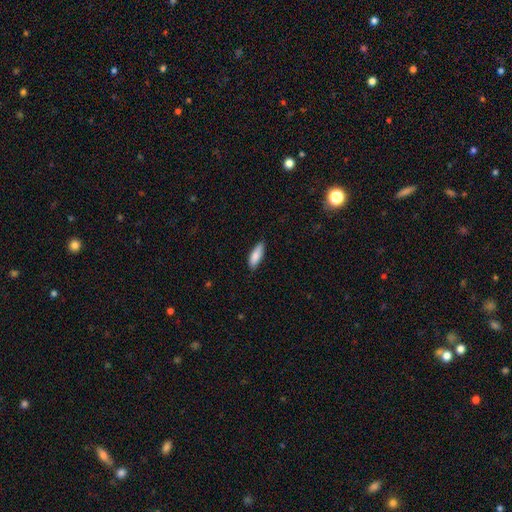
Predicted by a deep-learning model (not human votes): A smooth galaxy with no disk features (86%) that is in between round and cigar-shaped (67%). Merging: none (83%).